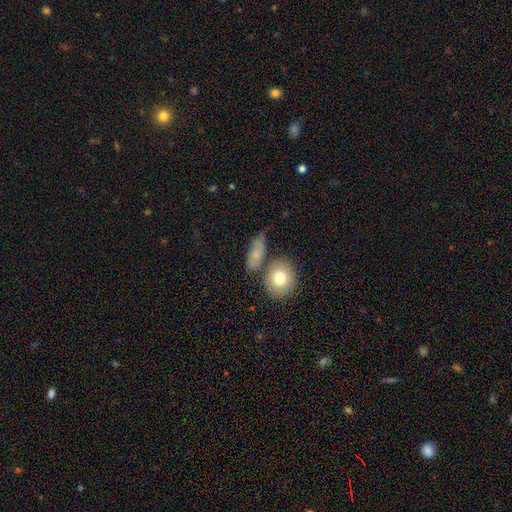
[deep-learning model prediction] Morphology: type=smooth (71%); roundness=in between (69%); merging=none (50%).